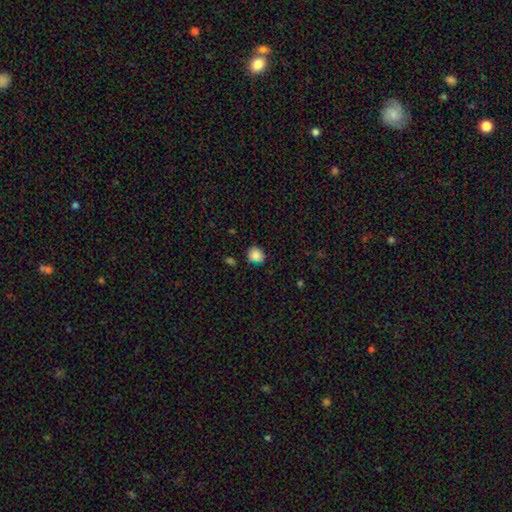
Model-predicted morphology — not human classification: Smooth or featured?
  - smooth: 85% *
  - star or artifact: 10%
  - featured or disk: 5%
How rounded?
  - round: 74% *
  - in between: 25%
  - cigar-shaped: 1%
Merging?
  - none: 74% *
  - minor disturbance: 19%
  - merger: 4%
  - major disturbance: 3%